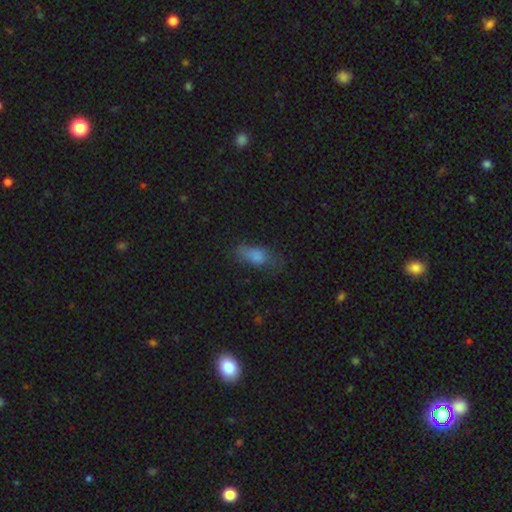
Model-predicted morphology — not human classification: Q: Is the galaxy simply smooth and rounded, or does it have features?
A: smooth — 75%.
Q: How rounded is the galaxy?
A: in between — 79%.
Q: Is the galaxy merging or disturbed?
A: none — 41%.